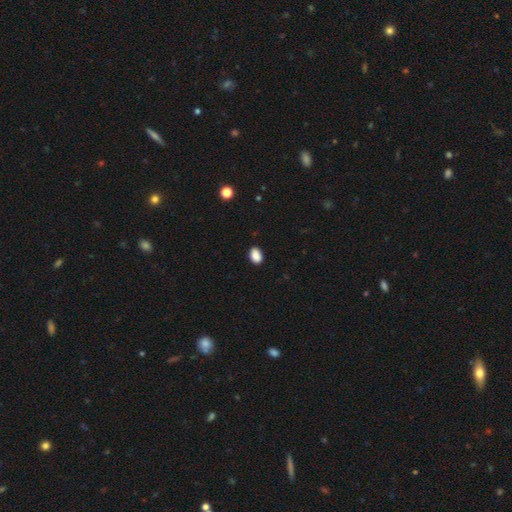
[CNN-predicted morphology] The model was most divided on "how rounded": in between: 81%, round: 18%, cigar-shaped: 1%. More confident: smooth or featured — smooth (89%); merging — none (88%).